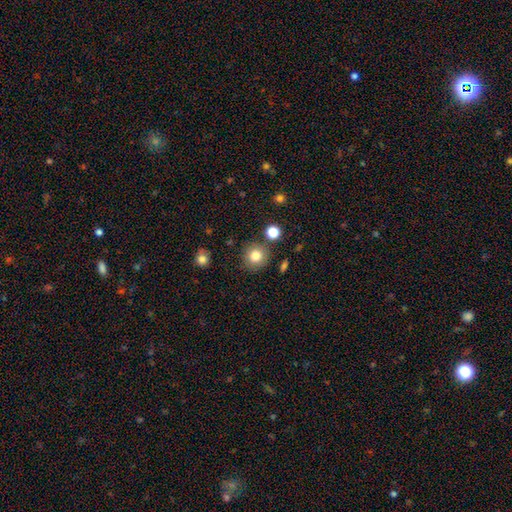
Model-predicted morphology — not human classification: smooth 82%, star or artifact 11%, featured or disk 7%. Down the decision tree: how rounded — round (91%); merging — none (82%).